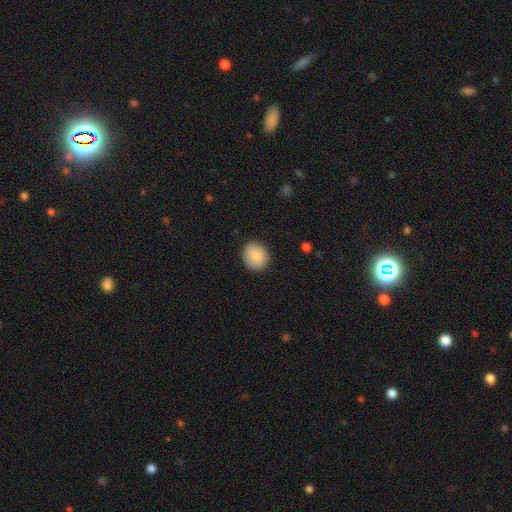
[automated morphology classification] This appears to be a smooth galaxy with no disk features (87%) that is round (79%). Merging: none (87%).